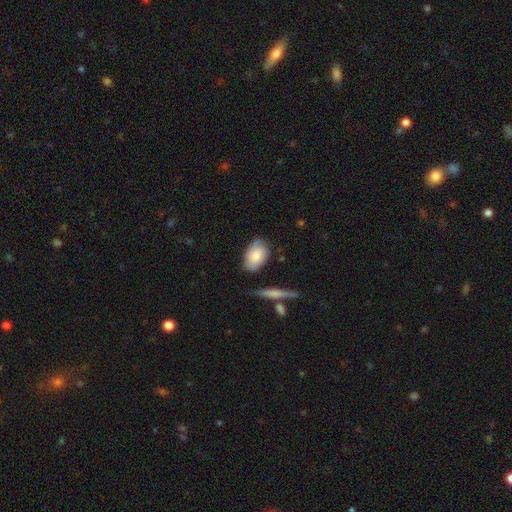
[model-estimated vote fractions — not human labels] A smooth galaxy with no disk features (79%) that is in between round and cigar-shaped (87%).

Vote fractions:
- Smooth or featured? smooth: 79% / featured or disk: 15% / star or artifact: 6%
- How rounded? in between: 87% / round: 11% / cigar-shaped: 2%
- Merging? none: 71% / minor disturbance: 21% / major disturbance: 5% / merger: 4%